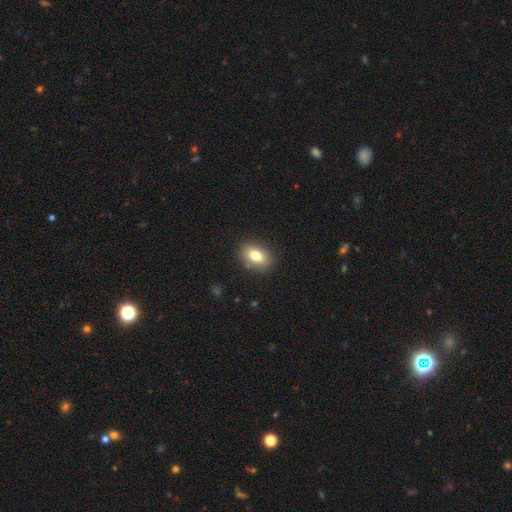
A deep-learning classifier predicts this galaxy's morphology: A smooth galaxy with no disk features (80%) that is in between round and cigar-shaped (77%). Merging: none (86%).